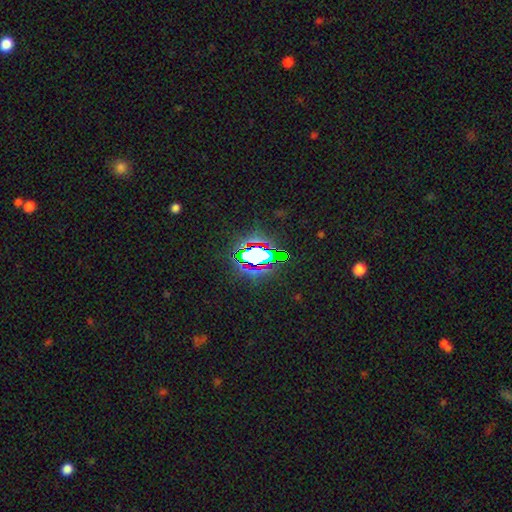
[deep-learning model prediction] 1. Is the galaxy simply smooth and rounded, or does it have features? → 69% star or artifact, 19% smooth, 12% featured or disk.